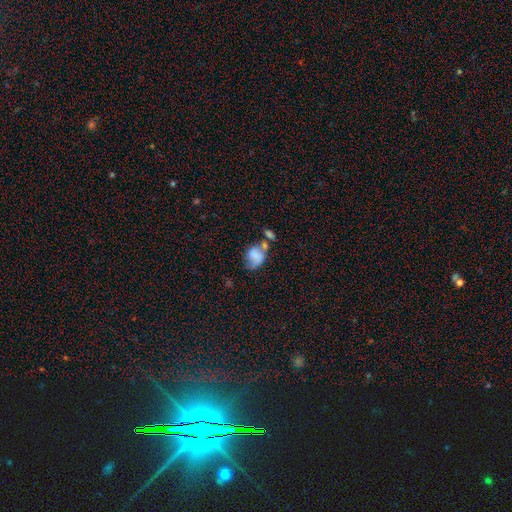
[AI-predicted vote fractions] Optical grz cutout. It shows a smooth galaxy with no disk features (67%) that is in between round and cigar-shaped (64%). Merging: none (30%).